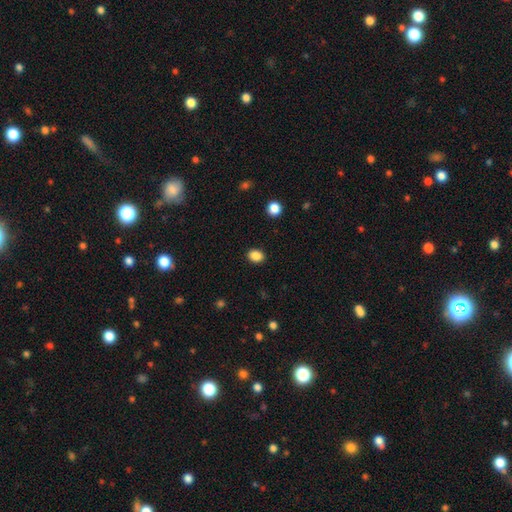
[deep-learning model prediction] Smooth or featured?
  - smooth: 87% *
  - star or artifact: 10%
  - featured or disk: 3%
How rounded?
  - in between: 59% *
  - round: 40%
  - cigar-shaped: 1%
Merging?
  - none: 90% *
  - minor disturbance: 7%
  - major disturbance: 2%
  - merger: 1%